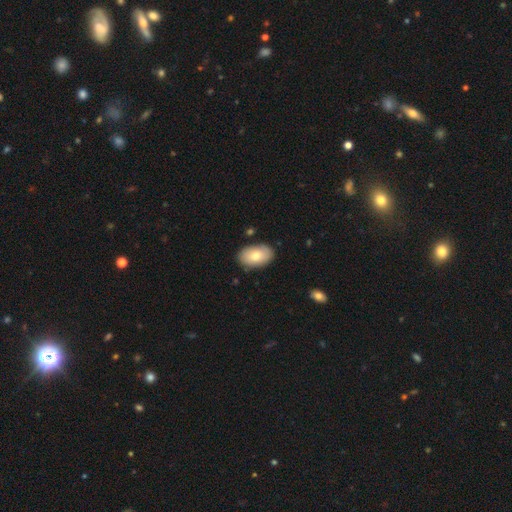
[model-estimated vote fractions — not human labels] Q: Smooth or featured?
A: smooth (75%); runner-up: featured or disk (19%)
Q: How rounded?
A: in between (91%); runner-up: round (7%)
Q: Merging?
A: none (84%); runner-up: minor disturbance (12%)